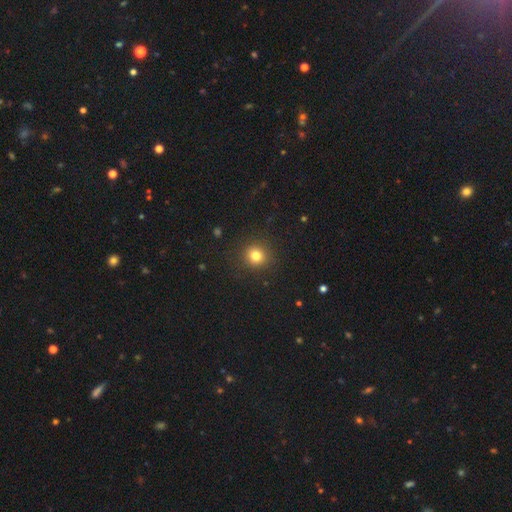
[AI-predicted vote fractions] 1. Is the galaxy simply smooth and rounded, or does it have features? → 80% smooth, 14% star or artifact, 6% featured or disk.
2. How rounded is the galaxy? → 91% round, 8% in between, 1% cigar-shaped.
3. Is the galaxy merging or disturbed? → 90% none, 6% minor disturbance, 2% major disturbance, 1% merger.